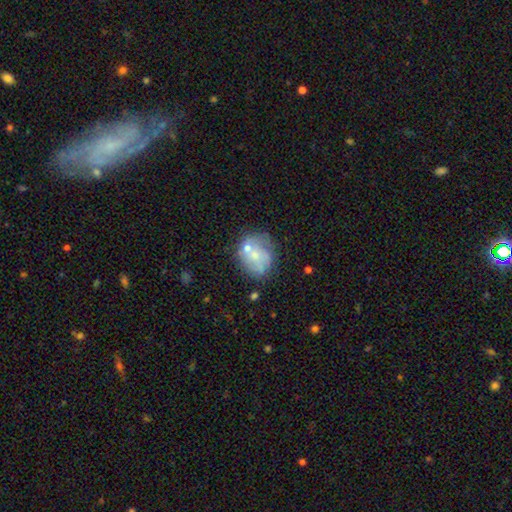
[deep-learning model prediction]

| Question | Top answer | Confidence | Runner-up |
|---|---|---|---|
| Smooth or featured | featured or disk | 47% | smooth (44%) |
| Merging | none | 47% | minor disturbance (22%) |